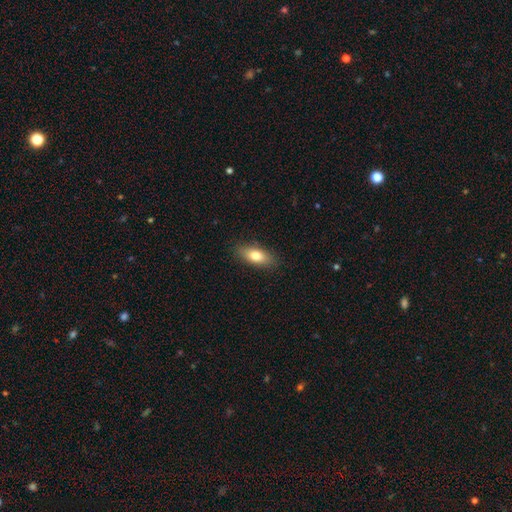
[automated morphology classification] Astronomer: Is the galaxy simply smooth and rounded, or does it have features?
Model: smooth — 77%.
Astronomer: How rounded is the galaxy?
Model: in between — 78%.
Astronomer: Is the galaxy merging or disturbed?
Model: none — 86%.